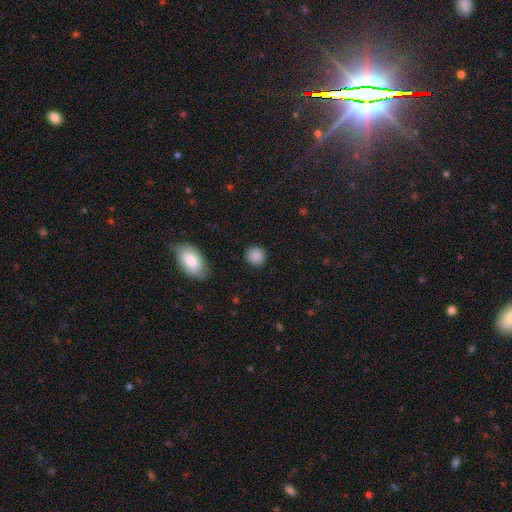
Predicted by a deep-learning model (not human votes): A smooth galaxy with no disk features (86%) that is round (87%).

Vote fractions:
- Smooth or featured? smooth: 86% / star or artifact: 9% / featured or disk: 4%
- How rounded? round: 87% / in between: 12% / cigar-shaped: 1%
- Merging? none: 88% / minor disturbance: 8% / major disturbance: 3% / merger: 1%